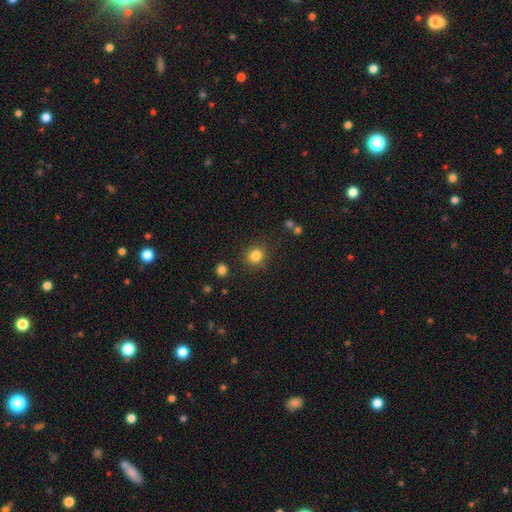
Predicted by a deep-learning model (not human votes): smooth_or_featured: smooth (p=0.83) [alt: star or artifact p=0.12]
how_rounded: round (p=0.86) [alt: in between p=0.13]
merging: none (p=0.83) [alt: minor disturbance p=0.10]